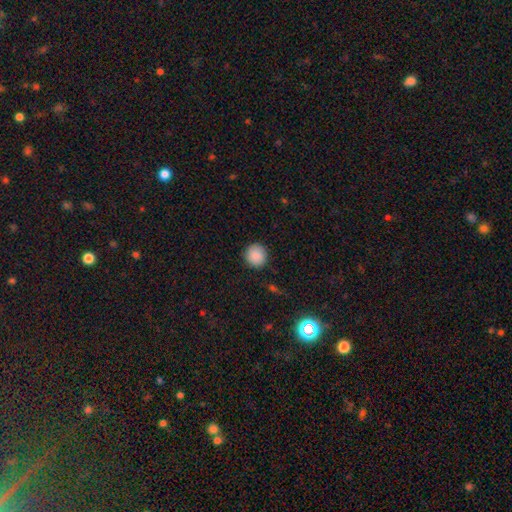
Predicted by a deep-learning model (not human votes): Q: Smooth or featured?
A: smooth (88%); runner-up: star or artifact (8%)
Q: How rounded?
A: round (93%); runner-up: in between (6%)
Q: Merging?
A: none (90%); runner-up: minor disturbance (7%)